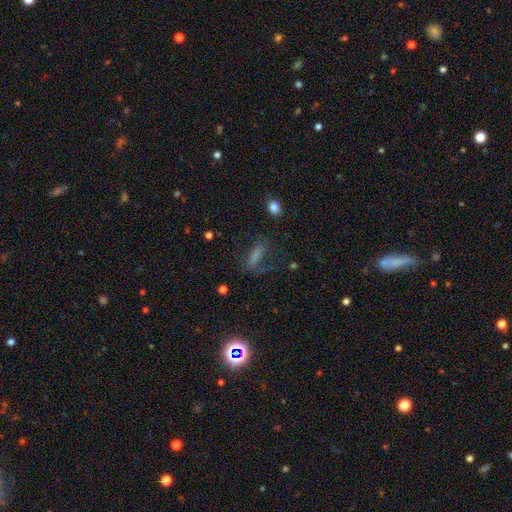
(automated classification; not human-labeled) Morphology: type=smooth (58%); roundness=cigar-shaped (56%); merging=none (46%).